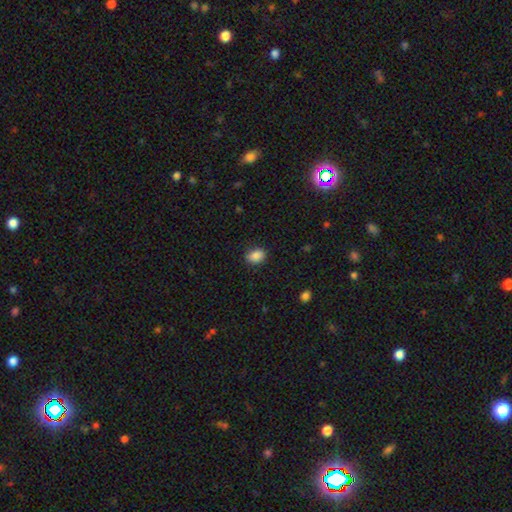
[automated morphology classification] Smooth or featured: smooth — 87% (star or artifact — 9%)
How rounded: in between — 67% (round — 32%)
Merging: none — 85% (minor disturbance — 11%)